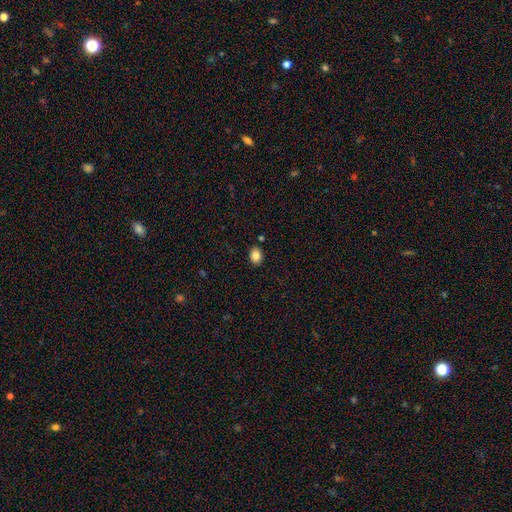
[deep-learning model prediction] Overall: smooth (84%). How rounded: in between (60%; round 39%). Merging: none (86%).